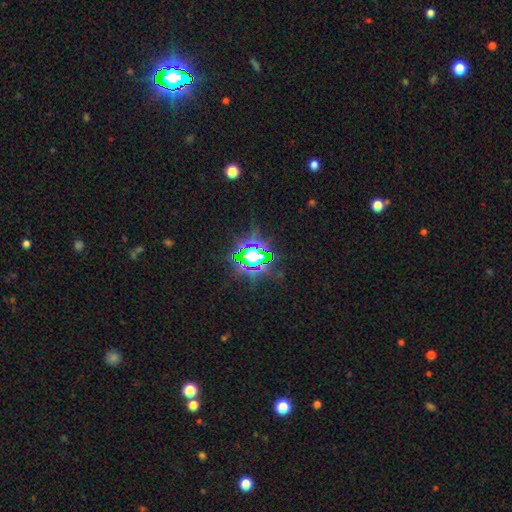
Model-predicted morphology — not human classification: Smooth or featured: star or artifact — 73% (smooth — 16%)